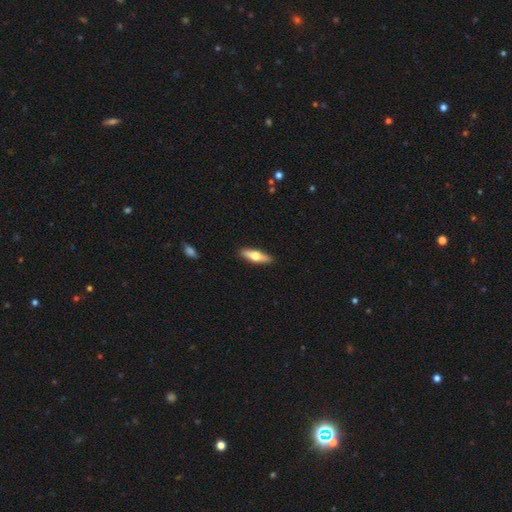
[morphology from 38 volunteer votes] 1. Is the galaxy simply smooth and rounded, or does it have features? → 47% smooth, 42% featured or disk, 11% star or artifact.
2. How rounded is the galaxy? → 56% cigar-shaped, 44% in between, 0% round.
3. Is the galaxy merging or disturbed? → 94% none, 3% minor disturbance, 3% major disturbance, 0% merger.